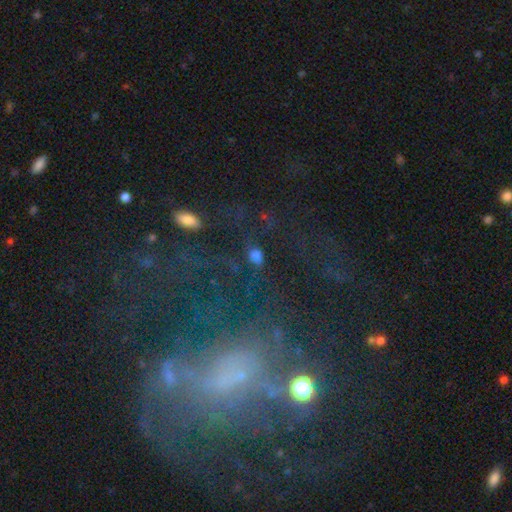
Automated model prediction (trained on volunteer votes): Smooth or featured: smooth — 50% (star or artifact — 36%)
How rounded: in between — 48% (round — 47%)
Merging: none — 61% (minor disturbance — 17%)